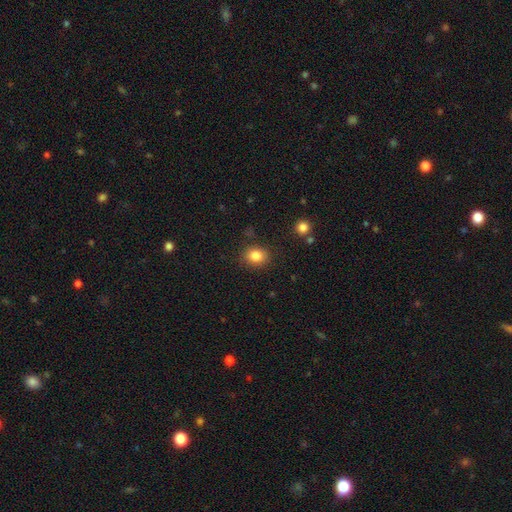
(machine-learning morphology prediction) A smooth galaxy with no disk features (84%) that is round (61%).

Vote fractions:
- Smooth or featured? smooth: 84% / star or artifact: 10% / featured or disk: 6%
- How rounded? round: 61% / in between: 38% / cigar-shaped: 1%
- Merging? none: 85% / minor disturbance: 10% / major disturbance: 3% / merger: 2%